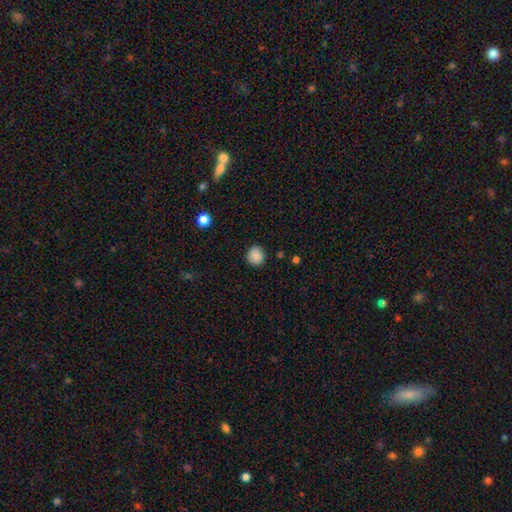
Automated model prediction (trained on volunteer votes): smooth-or-featured: smooth: 87% | star or artifact: 9% | featured or disk: 4%
  how-rounded: round: 89% | in between: 10% | cigar-shaped: 1%
  merging: none: 90% | minor disturbance: 7% | major disturbance: 2% | merger: 1%